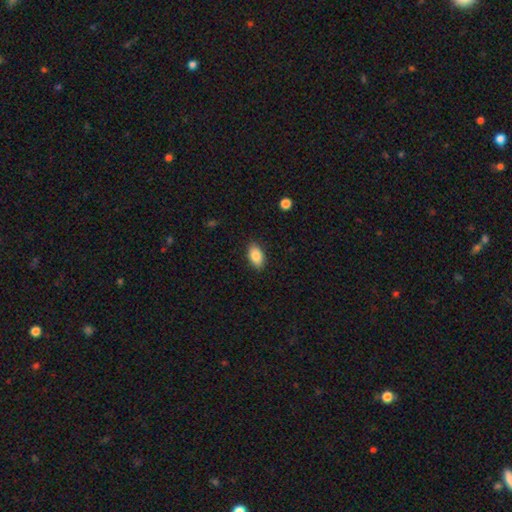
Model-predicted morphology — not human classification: Smooth or featured?
  - smooth: 86% *
  - star or artifact: 7%
  - featured or disk: 7%
How rounded?
  - in between: 92% *
  - round: 5%
  - cigar-shaped: 2%
Merging?
  - none: 87% *
  - minor disturbance: 10%
  - major disturbance: 2%
  - merger: 1%